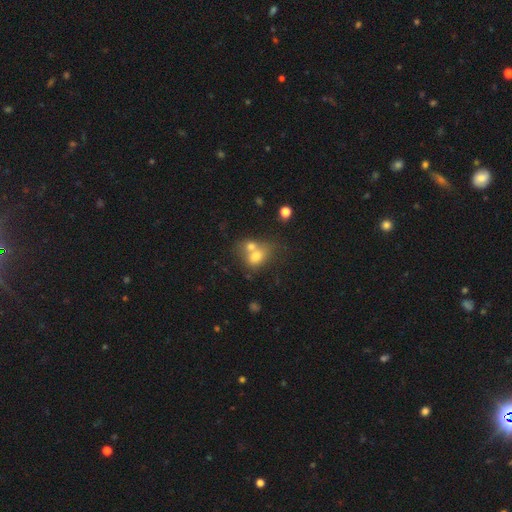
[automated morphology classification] This appears to be a smooth galaxy with no disk features (71%) that is in between round and cigar-shaped (54%). Merging: merger (63%).